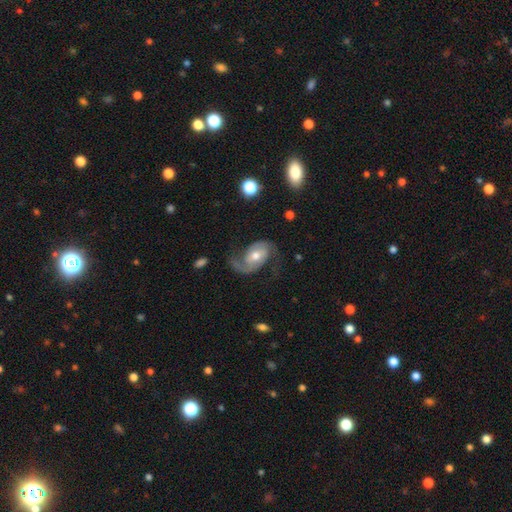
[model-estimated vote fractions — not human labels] A featured or disk galaxy (87%) with no bar (46%), 2 (88%) medium (45%) spiral arms (96%) and a moderate central bulge (68%).

Vote fractions:
- Smooth or featured? featured or disk: 87% / smooth: 8% / star or artifact: 5%
- Edge-on disk? no: 97% / yes: 3%
- Bar? no: 46% / weak: 39% / strong: 15%
- Spiral arms? yes: 96% / no: 4%
- Spiral winding? medium: 45% / loose: 40% / tight: 15%
- Spiral arm count? 2: 88% / 1: 6% / can't tell: 3% / 3: 1% / 4: 1% / more than 4: 1%
- Bulge size? moderate: 68% / small: 22% / large: 7% / none: 2% / dominant: 1%
- Merging? none: 66% / minor disturbance: 17% / major disturbance: 15% / merger: 2%